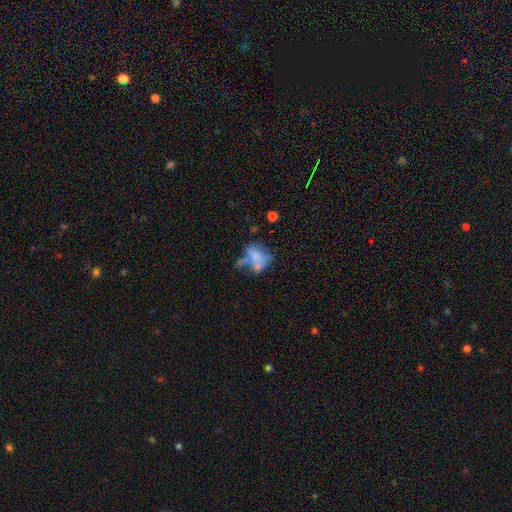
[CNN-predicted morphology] A smooth galaxy with no disk features (54%) that is in between round and cigar-shaped (78%).

Vote fractions:
- Smooth or featured? smooth: 54% / featured or disk: 34% / star or artifact: 12%
- How rounded? in between: 78% / round: 18% / cigar-shaped: 4%
- Merging? merger: 32% / major disturbance: 26% / none: 24% / minor disturbance: 18%